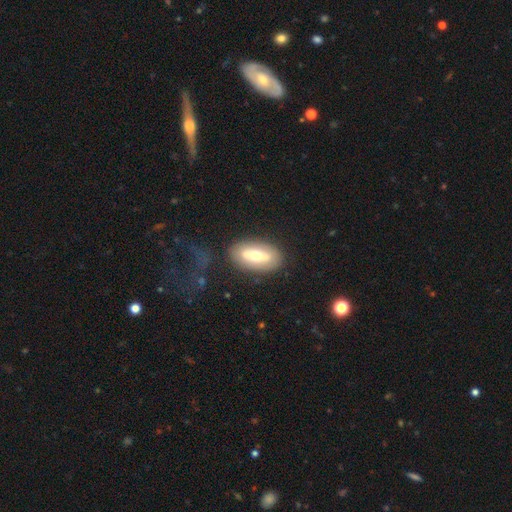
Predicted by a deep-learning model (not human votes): A smooth galaxy with no disk features (48%).

Vote fractions:
- Smooth or featured? smooth: 48% / featured or disk: 45% / star or artifact: 7%
- Merging? none: 77% / minor disturbance: 13% / major disturbance: 6% / merger: 4%